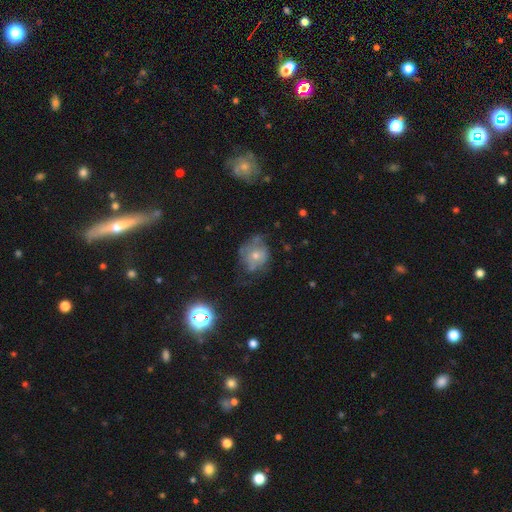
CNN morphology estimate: The model was most divided on "smooth or featured": featured or disk: 46%, smooth: 36%, star or artifact: 19%. More confident: merging — none (55%).